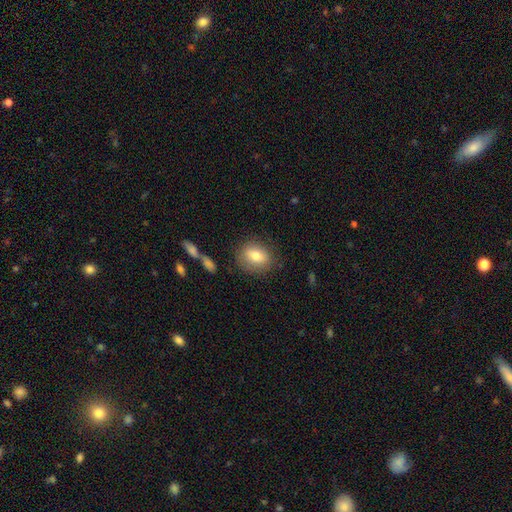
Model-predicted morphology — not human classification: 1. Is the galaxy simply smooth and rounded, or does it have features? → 78% smooth, 14% featured or disk, 8% star or artifact.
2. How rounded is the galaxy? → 51% round, 48% in between, 2% cigar-shaped.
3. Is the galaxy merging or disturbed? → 82% none, 12% minor disturbance, 4% major disturbance, 2% merger.